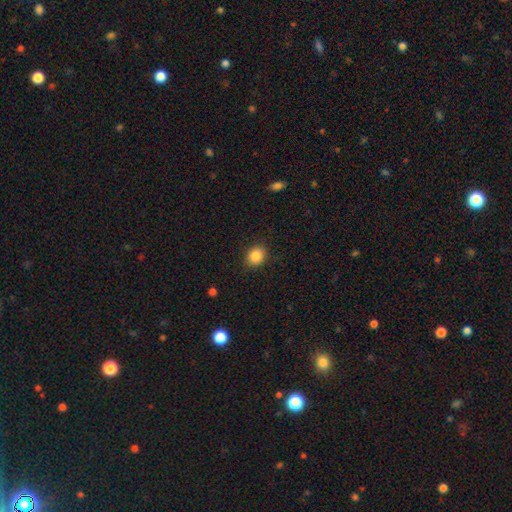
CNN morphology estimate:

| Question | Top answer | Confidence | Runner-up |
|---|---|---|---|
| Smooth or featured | smooth | 87% | star or artifact (9%) |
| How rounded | round | 61% | in between (38%) |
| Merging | none | 87% | minor disturbance (9%) |